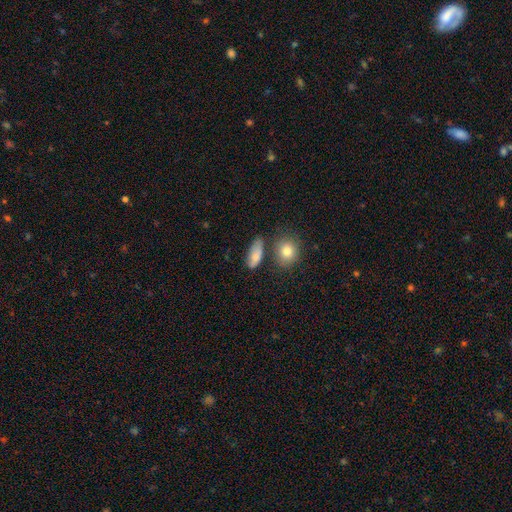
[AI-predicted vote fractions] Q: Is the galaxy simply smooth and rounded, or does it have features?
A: smooth — 77%.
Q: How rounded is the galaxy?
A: in between — 73%.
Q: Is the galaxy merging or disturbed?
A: none — 56%.